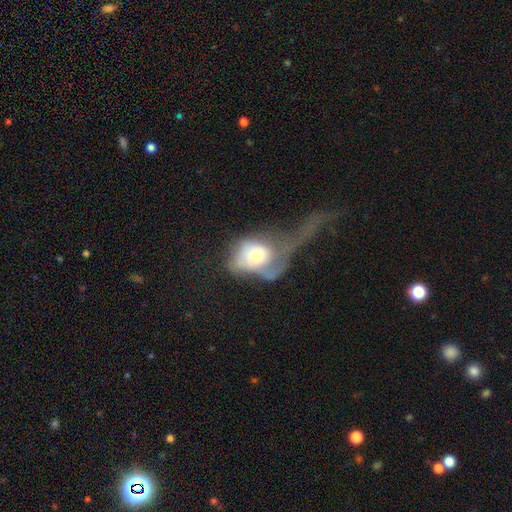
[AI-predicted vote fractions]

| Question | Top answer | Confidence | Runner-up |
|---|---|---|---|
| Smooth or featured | smooth | 52% | featured or disk (41%) |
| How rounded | in between | 67% | round (32%) |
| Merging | major disturbance | 64% | merger (19%) |